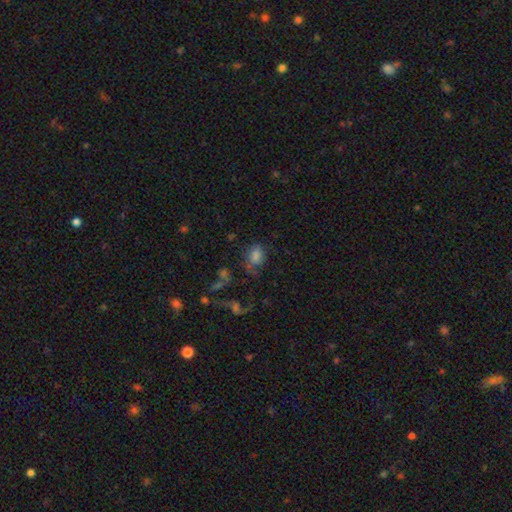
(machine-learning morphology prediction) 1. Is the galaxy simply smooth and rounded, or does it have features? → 68% smooth, 17% star or artifact, 15% featured or disk.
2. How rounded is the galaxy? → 69% in between, 30% round, 2% cigar-shaped.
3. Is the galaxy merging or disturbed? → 52% none, 23% minor disturbance, 17% major disturbance, 7% merger.